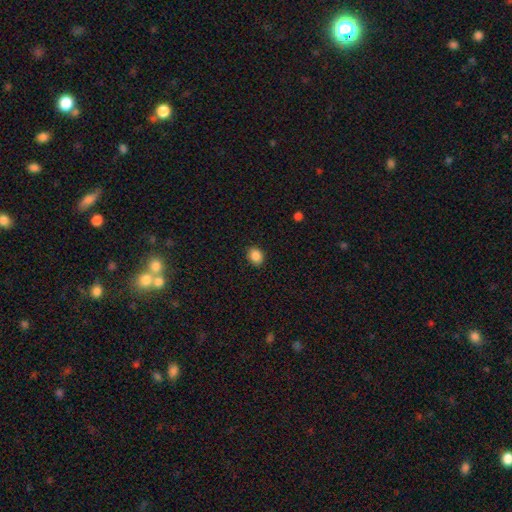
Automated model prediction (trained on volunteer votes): A smooth galaxy with no disk features (88%) that is in between round and cigar-shaped (54%). Merging: none (89%).